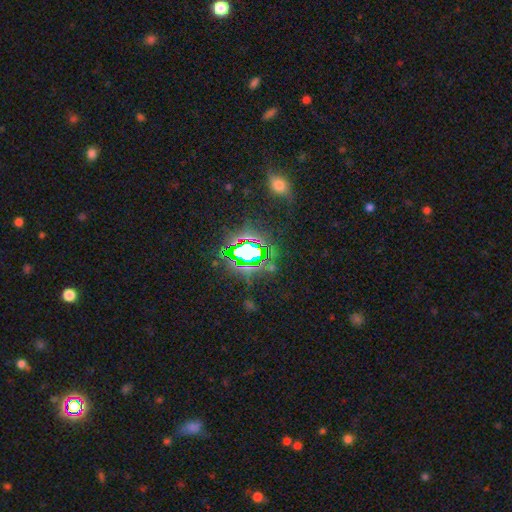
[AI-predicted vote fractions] Morphology: type=star or artifact (79%).